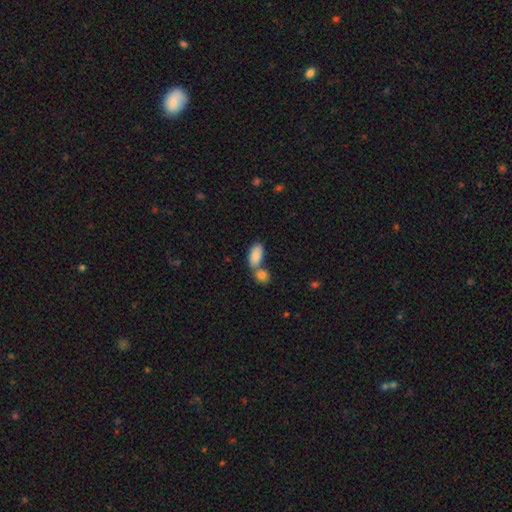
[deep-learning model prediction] Q: Smooth or featured?
A: smooth (87%); runner-up: star or artifact (7%)
Q: How rounded?
A: in between (92%); runner-up: cigar-shaped (4%)
Q: Merging?
A: merger (53%); runner-up: none (35%)